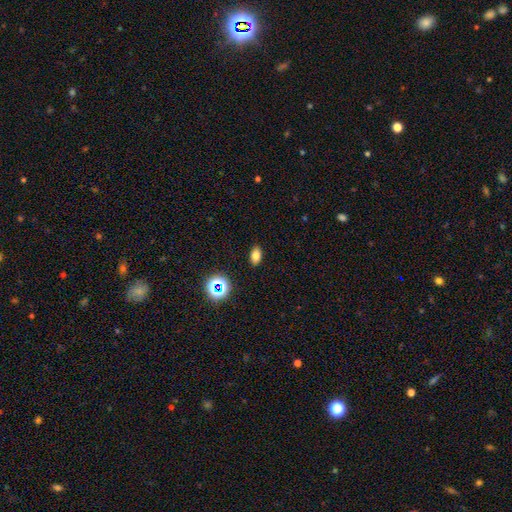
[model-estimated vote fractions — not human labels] smooth-or-featured: smooth: 75% | star or artifact: 16% | featured or disk: 10%
  how-rounded: in between: 88% | round: 10% | cigar-shaped: 3%
  merging: none: 89% | minor disturbance: 8% | major disturbance: 2% | merger: 1%